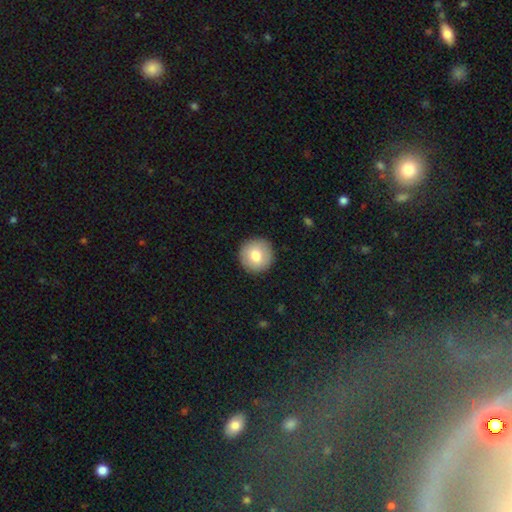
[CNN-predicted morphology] smooth 78%, featured or disk 15%, star or artifact 7%. Down the decision tree: how rounded — round (95%); merging — none (91%).